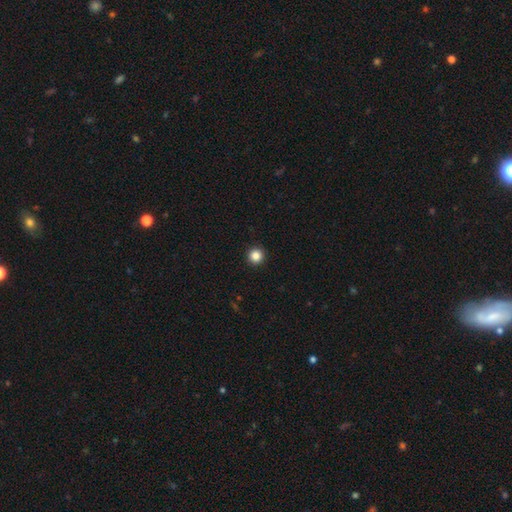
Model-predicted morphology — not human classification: Q: Smooth or featured?
A: smooth (84%); runner-up: star or artifact (11%)
Q: How rounded?
A: round (96%); runner-up: in between (3%)
Q: Merging?
A: none (94%); runner-up: minor disturbance (4%)